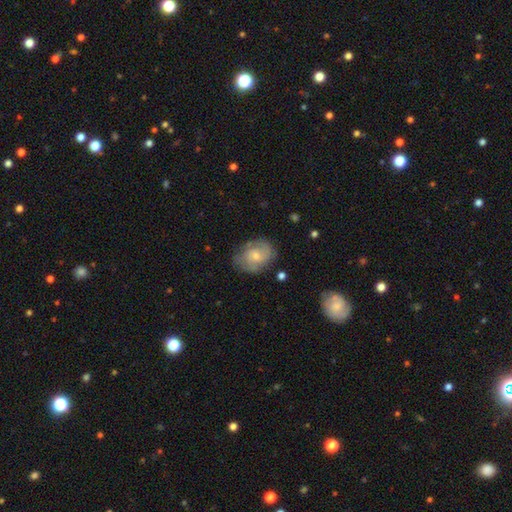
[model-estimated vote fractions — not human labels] smooth_or_featured: featured or disk (p=0.53) [alt: smooth p=0.38]
disk_edge_on: no (p=0.96) [alt: yes p=0.04]
bar: no (p=0.63) [alt: weak p=0.32]
has_spiral_arms: yes (p=0.78) [alt: no p=0.22]
bulge_size: small (p=0.54) [alt: moderate p=0.39]
merging: none (p=0.72) [alt: minor disturbance p=0.20]